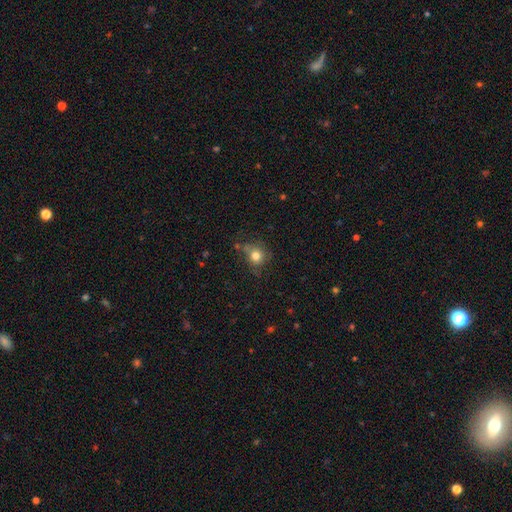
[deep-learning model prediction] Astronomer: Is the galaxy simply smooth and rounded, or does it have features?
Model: smooth — 79%.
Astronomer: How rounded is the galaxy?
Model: round — 83%.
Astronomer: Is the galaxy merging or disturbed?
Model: none — 65%.